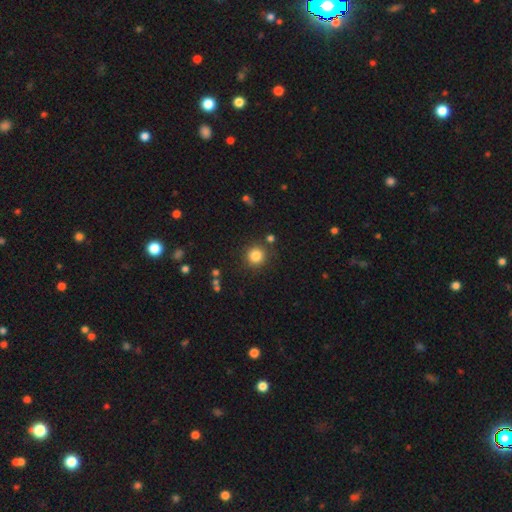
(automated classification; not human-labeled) This appears to be a smooth galaxy with no disk features (83%) that is round (93%). Merging: none (86%).